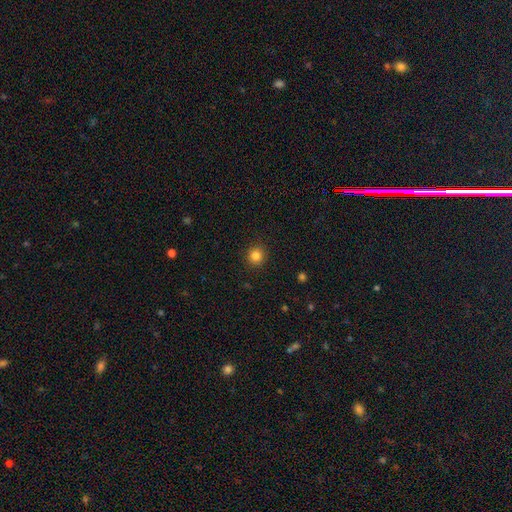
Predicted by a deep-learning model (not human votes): smooth-or-featured: smooth: 83% | star or artifact: 12% | featured or disk: 5%
  how-rounded: round: 92% | in between: 7% | cigar-shaped: 1%
  merging: none: 91% | minor disturbance: 6% | major disturbance: 2% | merger: 1%